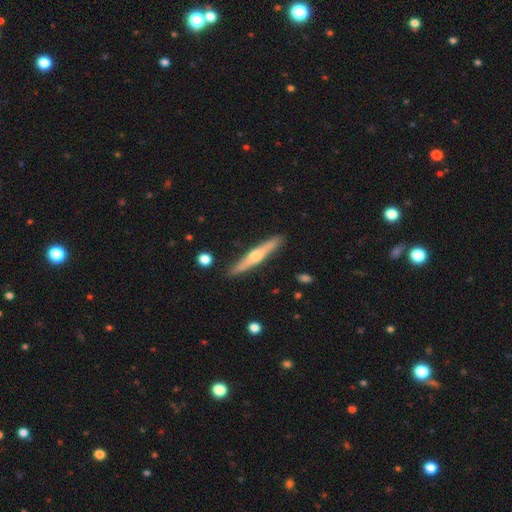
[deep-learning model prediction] Smooth or featured?
  - featured or disk: 64% *
  - smooth: 31%
  - star or artifact: 5%
Edge-on disk?
  - yes: 97% *
  - no: 3%
Edge-on bulge?
  - rounded: 88% *
  - none: 8%
  - boxy: 4%
Merging?
  - none: 89% *
  - minor disturbance: 8%
  - merger: 2%
  - major disturbance: 1%